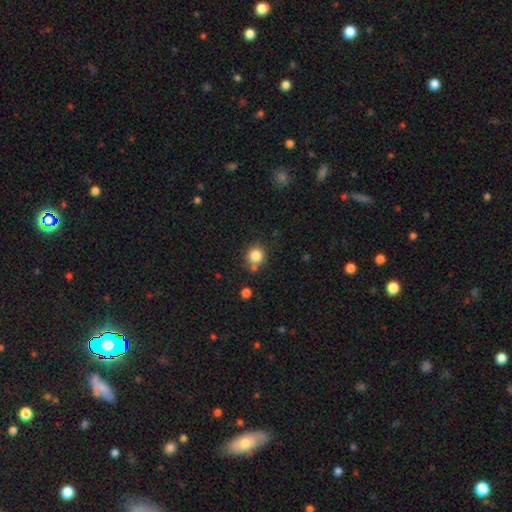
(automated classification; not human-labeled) Morphology: type=smooth (84%); roundness=round (90%); merging=none (72%).